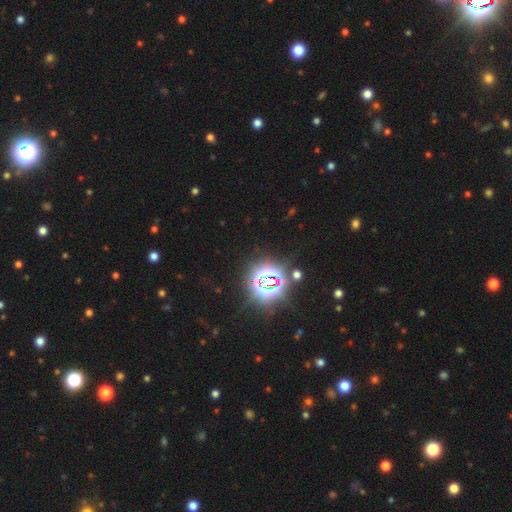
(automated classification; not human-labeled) A star or artifact, not a galaxy (83%).